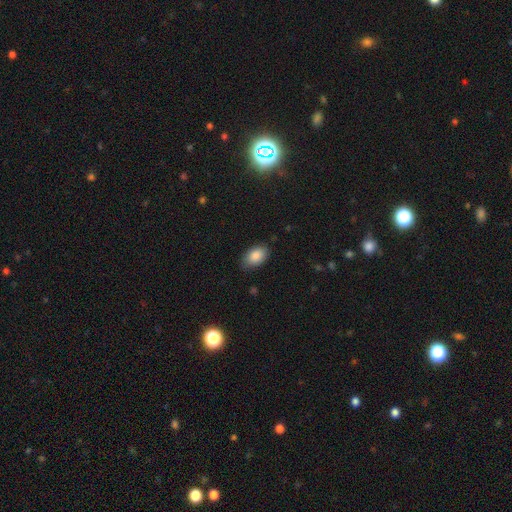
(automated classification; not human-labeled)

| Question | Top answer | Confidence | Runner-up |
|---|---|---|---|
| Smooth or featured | smooth | 87% | star or artifact (7%) |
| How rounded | in between | 91% | round (8%) |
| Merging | none | 79% | minor disturbance (17%) |